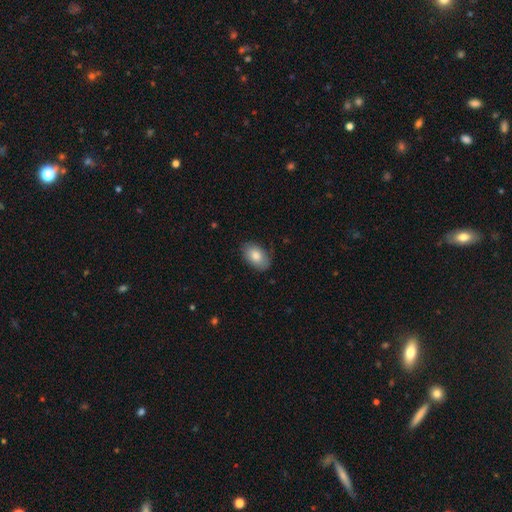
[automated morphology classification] Smooth or featured? smooth (82%)
How rounded? in between (92%)
Merging? none (82%)